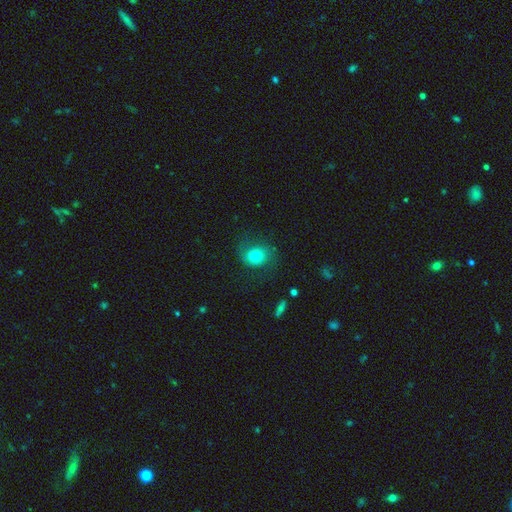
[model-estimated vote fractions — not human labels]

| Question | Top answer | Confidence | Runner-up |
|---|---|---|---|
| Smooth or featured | smooth | 63% | featured or disk (27%) |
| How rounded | round | 59% | in between (40%) |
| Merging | none | 64% | minor disturbance (20%) |